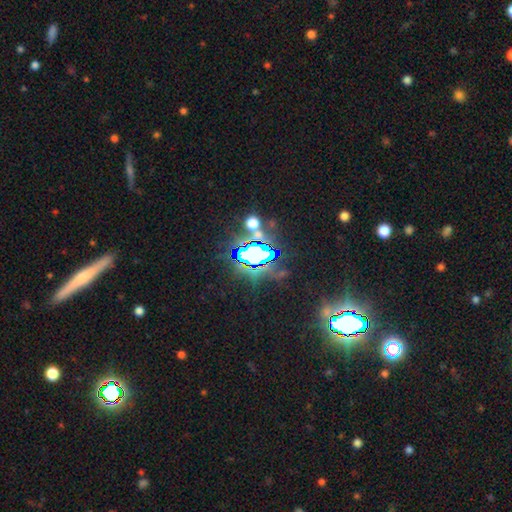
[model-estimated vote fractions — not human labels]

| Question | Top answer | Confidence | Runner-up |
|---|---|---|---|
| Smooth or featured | star or artifact | 73% | smooth (16%) |